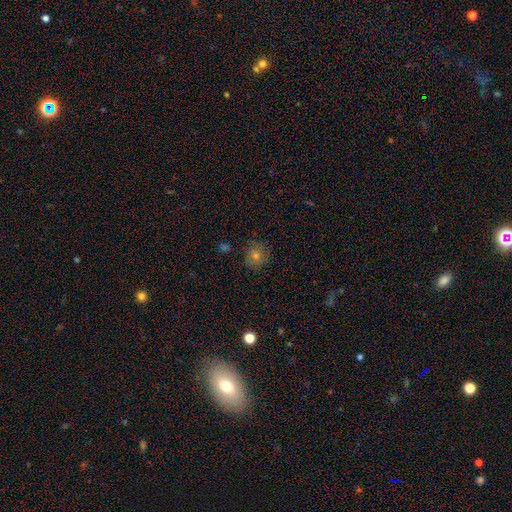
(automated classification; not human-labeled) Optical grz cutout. It shows a smooth galaxy with no disk features (65%) that is round (91%). Merging: none (85%).